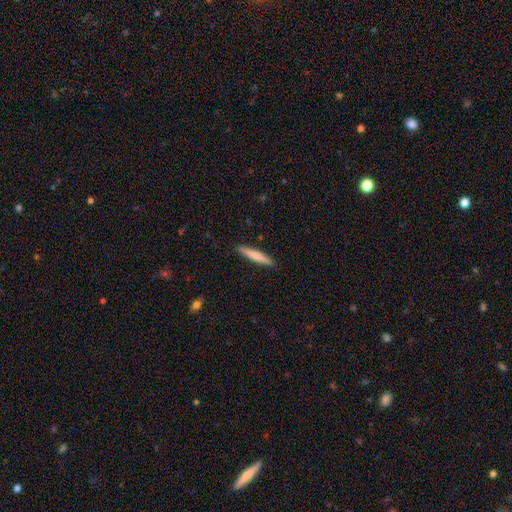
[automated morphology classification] Q: Smooth or featured?
A: smooth (71%); runner-up: featured or disk (24%)
Q: How rounded?
A: cigar-shaped (94%); runner-up: in between (5%)
Q: Merging?
A: none (91%); runner-up: minor disturbance (7%)